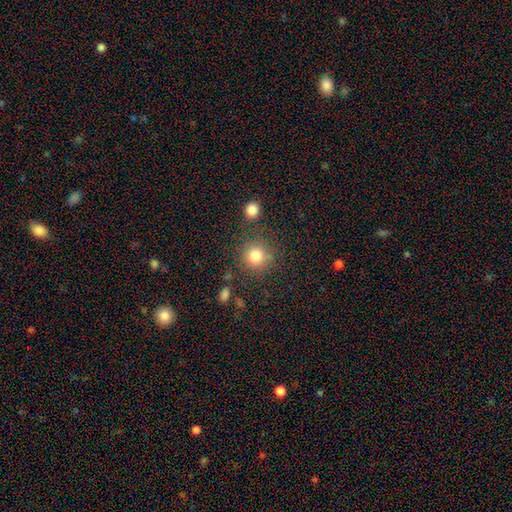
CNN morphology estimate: smooth-or-featured: smooth: 82% | star or artifact: 11% | featured or disk: 7%
  how-rounded: round: 92% | in between: 7% | cigar-shaped: 1%
  merging: none: 78% | minor disturbance: 10% | merger: 7% | major disturbance: 4%